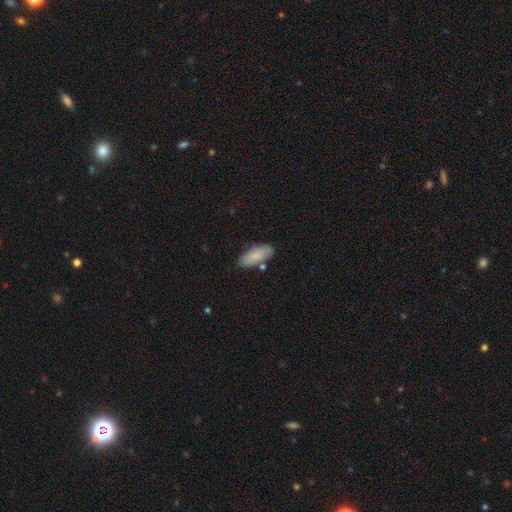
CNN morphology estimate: Smooth or featured? smooth (83%)
How rounded? in between (79%)
Merging? none (78%)